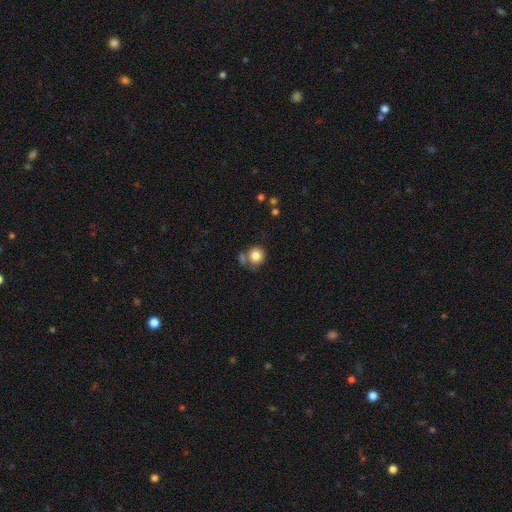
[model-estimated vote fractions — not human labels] A smooth galaxy with no disk features (83%) that is round (87%).

Vote fractions:
- Smooth or featured? smooth: 83% / star or artifact: 9% / featured or disk: 8%
- How rounded? round: 87% / in between: 12% / cigar-shaped: 1%
- Merging? none: 60% / merger: 20% / minor disturbance: 15% / major disturbance: 6%